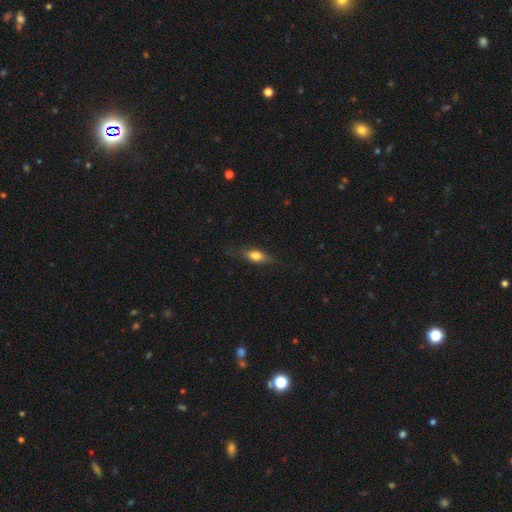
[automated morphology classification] Smooth or featured? Predicted: smooth (p=0.71). How rounded? Predicted: in between (p=0.69). Merging? Predicted: none (p=0.72).